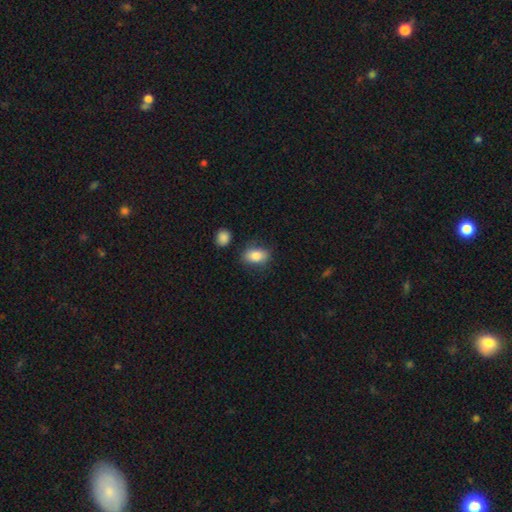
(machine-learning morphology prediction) Smooth or featured: smooth — 85% (star or artifact — 8%)
How rounded: in between — 82% (round — 16%)
Merging: none — 78% (minor disturbance — 14%)